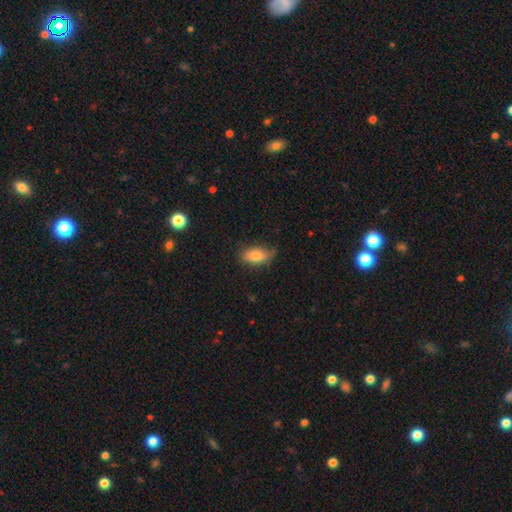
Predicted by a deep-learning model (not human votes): Q: Smooth or featured?
A: smooth (82%); runner-up: featured or disk (10%)
Q: How rounded?
A: in between (89%); runner-up: cigar-shaped (8%)
Q: Merging?
A: none (69%); runner-up: minor disturbance (24%)